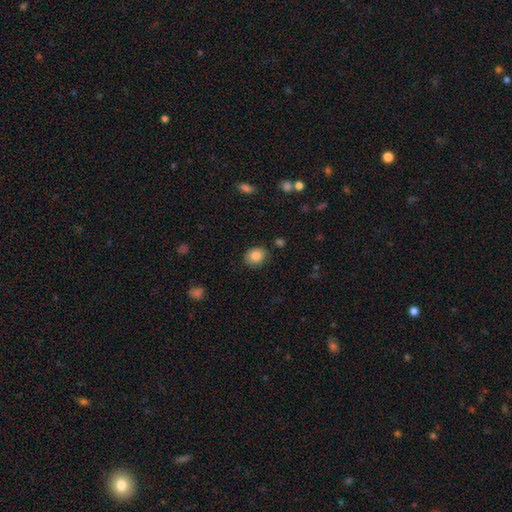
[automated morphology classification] Smooth or featured? Predicted: smooth (p=0.85). How rounded? Predicted: round (p=0.58). Merging? Predicted: none (p=0.83).